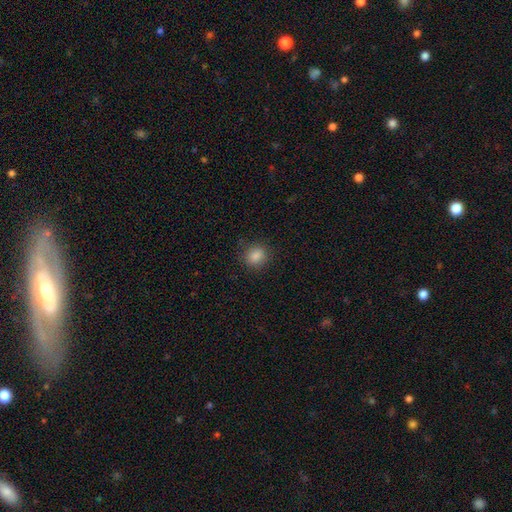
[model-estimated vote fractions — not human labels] This is clearly a smooth galaxy (84%). How rounded: likely round (78%). Merging: clearly none (87%).